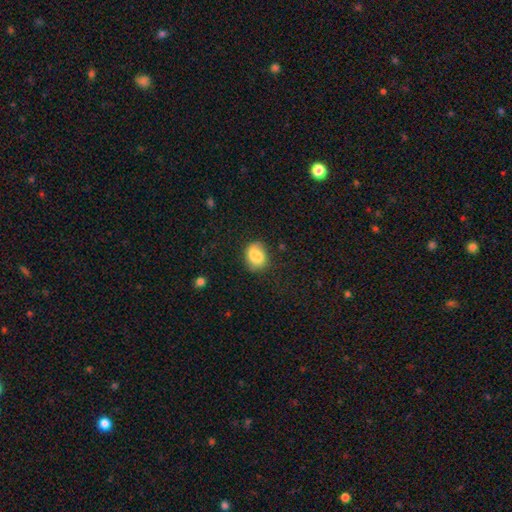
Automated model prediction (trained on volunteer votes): Smooth or featured? Predicted: smooth (p=0.81). How rounded? Predicted: in between (p=0.59). Merging? Predicted: none (p=0.64).